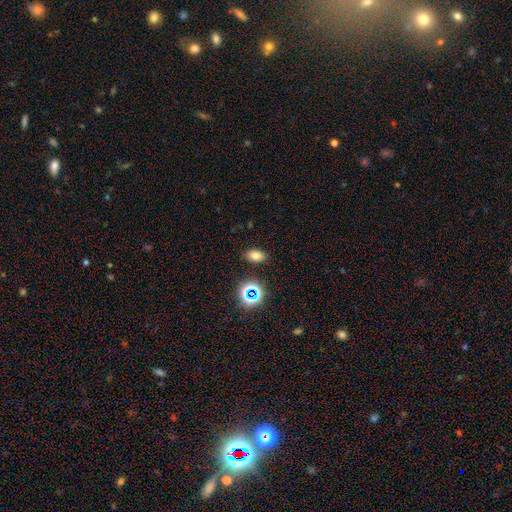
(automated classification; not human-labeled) Smooth or featured? Predicted: smooth (p=0.74). How rounded? Predicted: in between (p=0.83). Merging? Predicted: none (p=0.85).